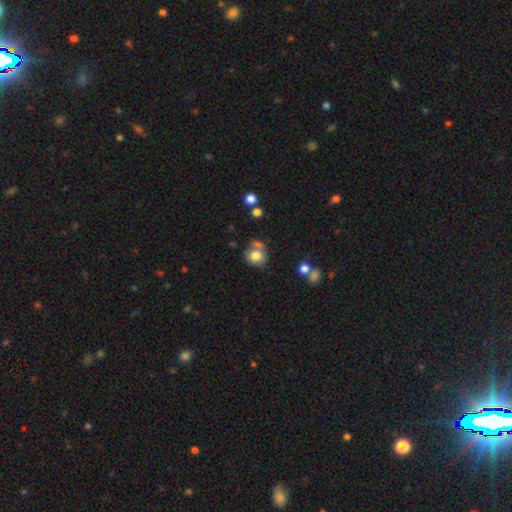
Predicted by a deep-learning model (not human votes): A smooth galaxy with no disk features (76%) that is round (72%).

Vote fractions:
- Smooth or featured? smooth: 76% / featured or disk: 14% / star or artifact: 10%
- How rounded? round: 72% / in between: 27% / cigar-shaped: 1%
- Merging? none: 51% / merger: 24% / minor disturbance: 18% / major disturbance: 7%